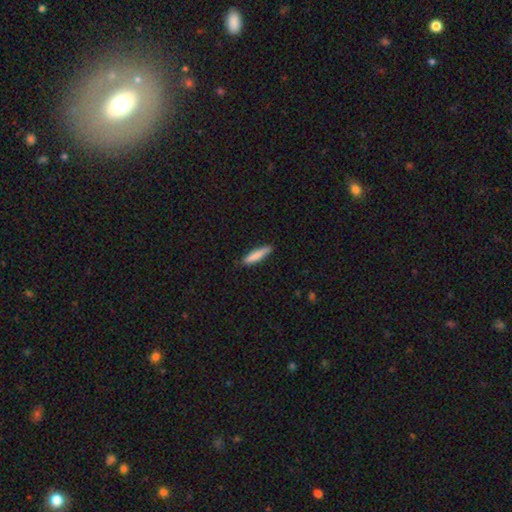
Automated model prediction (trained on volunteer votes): smooth 82%, featured or disk 12%, star or artifact 6%. Down the decision tree: how rounded — cigar-shaped (81%); merging — none (81%).